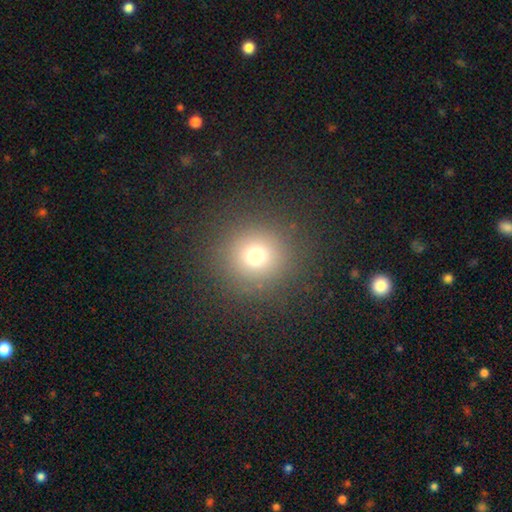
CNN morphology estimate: Smooth or featured? Predicted: smooth (p=0.71). How rounded? Predicted: round (p=0.94). Merging? Predicted: none (p=0.88).